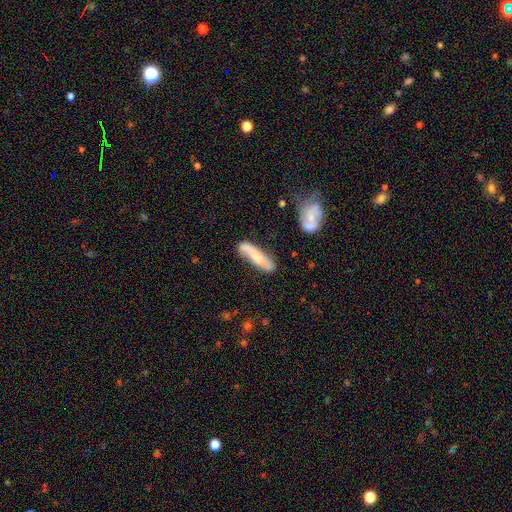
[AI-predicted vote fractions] Smooth or featured?
  - smooth: 49% *
  - featured or disk: 44%
  - star or artifact: 7%
Merging?
  - none: 65% *
  - minor disturbance: 22%
  - major disturbance: 7%
  - merger: 7%